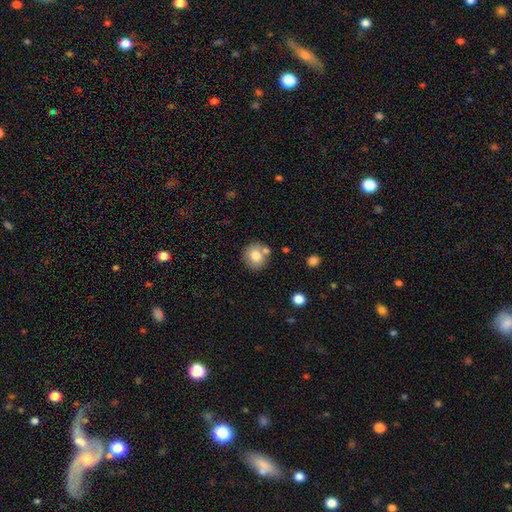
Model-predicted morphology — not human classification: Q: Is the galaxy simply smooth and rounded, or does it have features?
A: smooth — 77%.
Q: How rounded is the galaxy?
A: round — 88%.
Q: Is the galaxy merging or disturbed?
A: none — 71%.